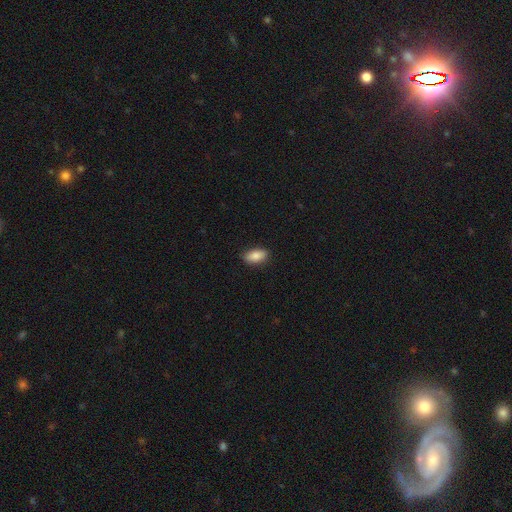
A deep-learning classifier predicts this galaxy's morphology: type=smooth (85%); roundness=in between (89%); merging=none (88%).